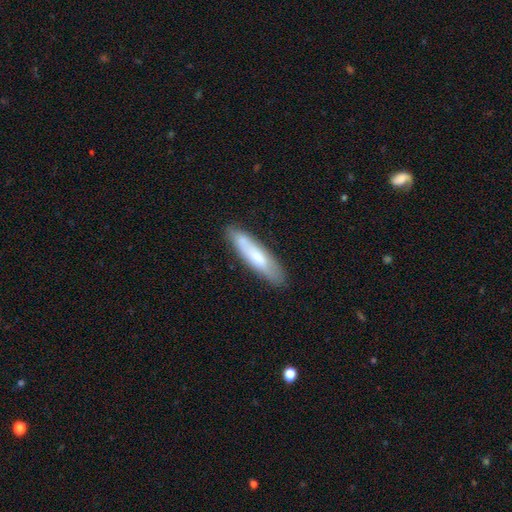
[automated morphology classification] Q: Smooth or featured?
A: smooth (61%); runner-up: featured or disk (33%)
Q: How rounded?
A: cigar-shaped (77%); runner-up: in between (21%)
Q: Merging?
A: none (80%); runner-up: minor disturbance (14%)